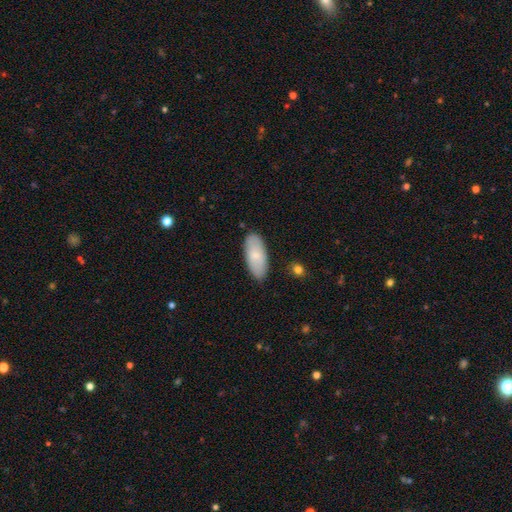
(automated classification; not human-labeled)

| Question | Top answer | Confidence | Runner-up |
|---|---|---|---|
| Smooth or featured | smooth | 77% | featured or disk (17%) |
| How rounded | in between | 87% | cigar-shaped (11%) |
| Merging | none | 85% | minor disturbance (11%) |